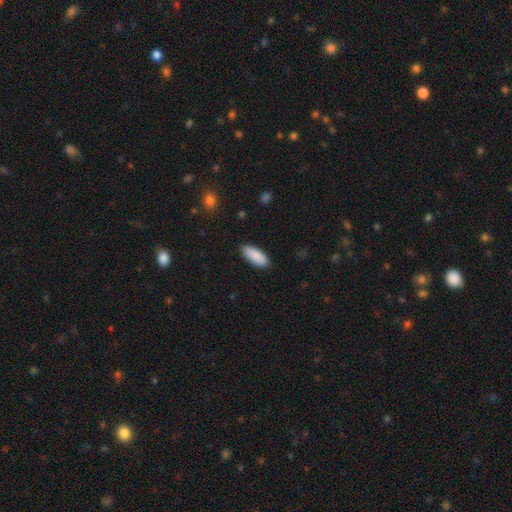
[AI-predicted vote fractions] smooth 89%, star or artifact 6%, featured or disk 6%. Down the decision tree: how rounded — in between (83%); merging — none (88%).